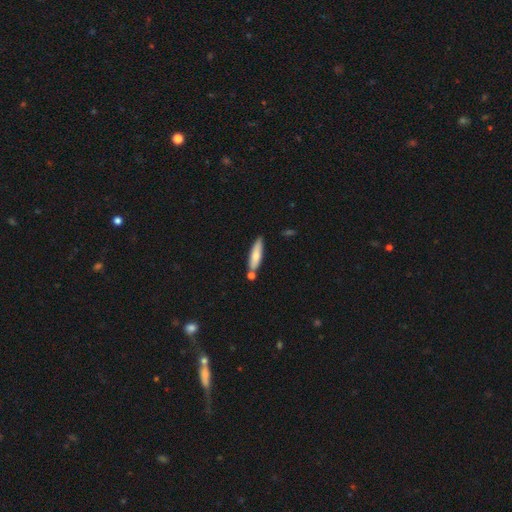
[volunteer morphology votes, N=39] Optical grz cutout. It shows a smooth galaxy with no disk features (72%) that is cigar-shaped (89%). Merging: none (68%).